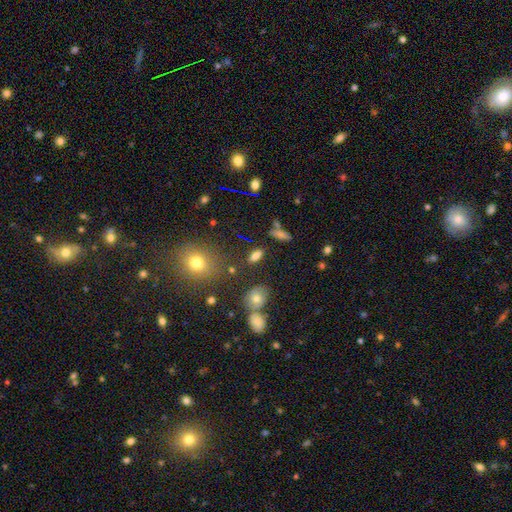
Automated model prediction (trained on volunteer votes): This is likely a smooth galaxy (69%). How rounded: likely in between (72%). Merging: likely none (78%).